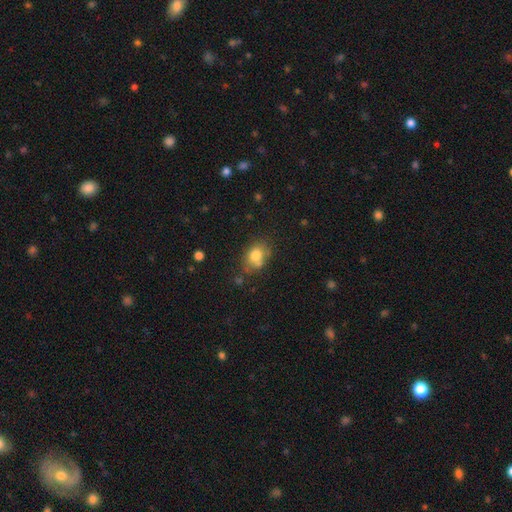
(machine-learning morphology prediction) Smooth or featured?
  - smooth: 77% *
  - featured or disk: 12%
  - star or artifact: 10%
How rounded?
  - in between: 57% *
  - round: 42%
  - cigar-shaped: 1%
Merging?
  - none: 56% *
  - minor disturbance: 23%
  - merger: 13%
  - major disturbance: 7%